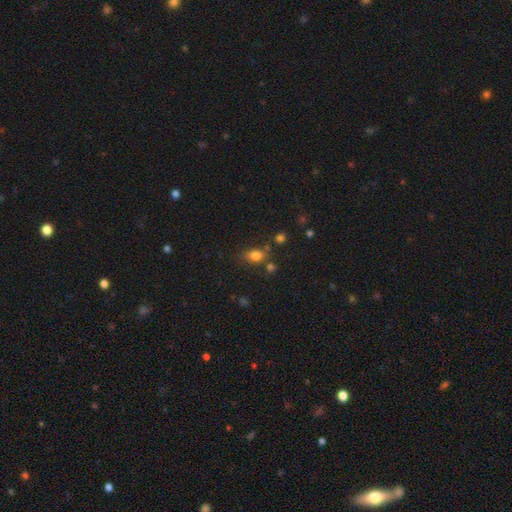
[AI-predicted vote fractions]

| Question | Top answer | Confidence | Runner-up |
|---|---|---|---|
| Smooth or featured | smooth | 80% | star or artifact (13%) |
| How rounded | in between | 73% | round (24%) |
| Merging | none | 66% | minor disturbance (18%) |